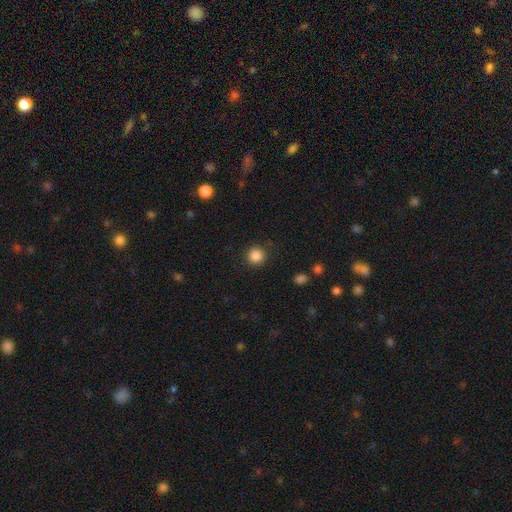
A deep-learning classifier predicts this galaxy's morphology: This is clearly a smooth galaxy (86%). How rounded: clearly round (94%). Merging: clearly none (89%).